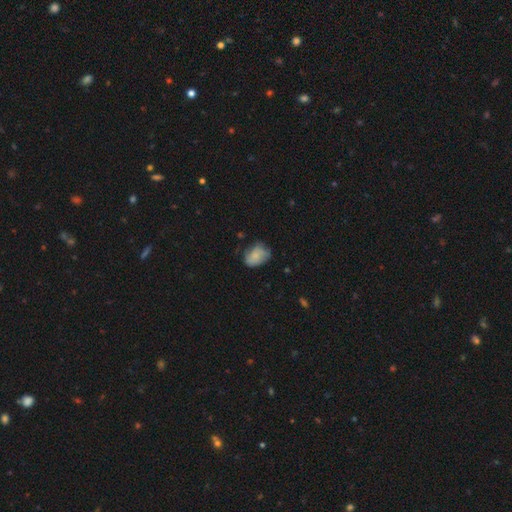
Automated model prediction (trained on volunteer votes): Smooth or featured? Predicted: smooth (p=0.72). How rounded? Predicted: in between (p=0.76). Merging? Predicted: none (p=0.54).